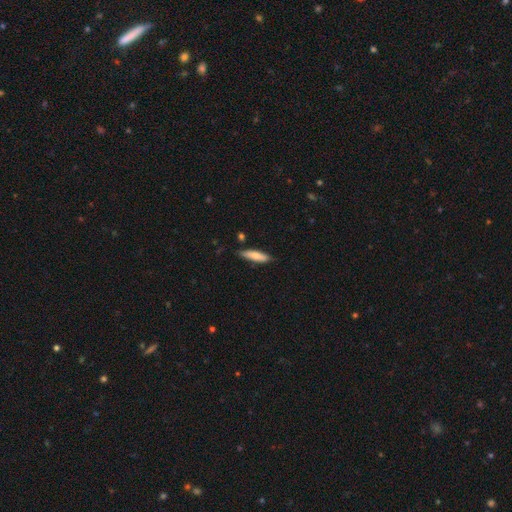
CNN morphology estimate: This appears to be a smooth galaxy with no disk features (76%) that is cigar-shaped (68%). Merging: none (81%).